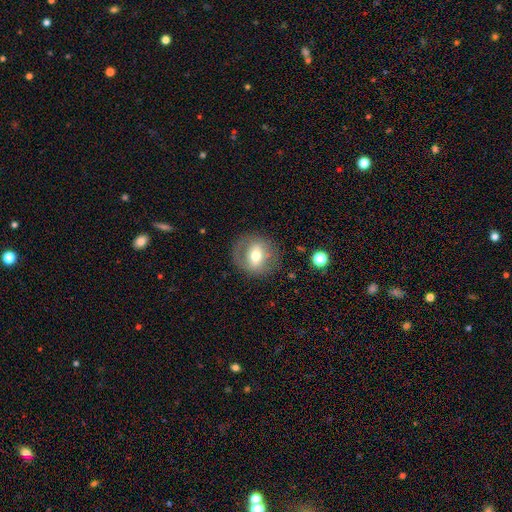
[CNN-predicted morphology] smooth-or-featured: smooth: 48% | featured or disk: 44% | star or artifact: 8%
  merging: none: 78% | minor disturbance: 13% | major disturbance: 7% | merger: 1%